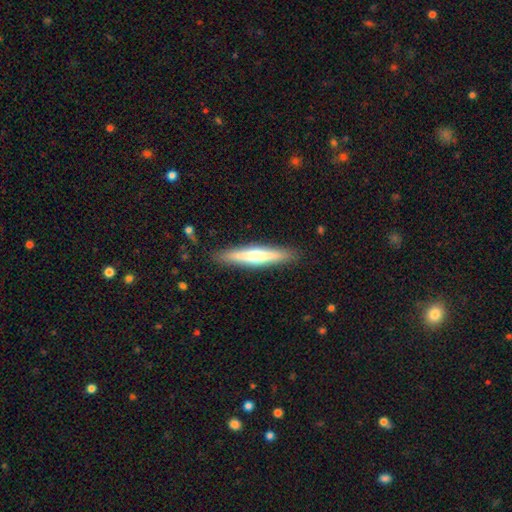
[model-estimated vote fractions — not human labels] This is possibly a featured or disk galaxy (52%). It is clearly viewed edge-on (95%). Merging: clearly none (90%).